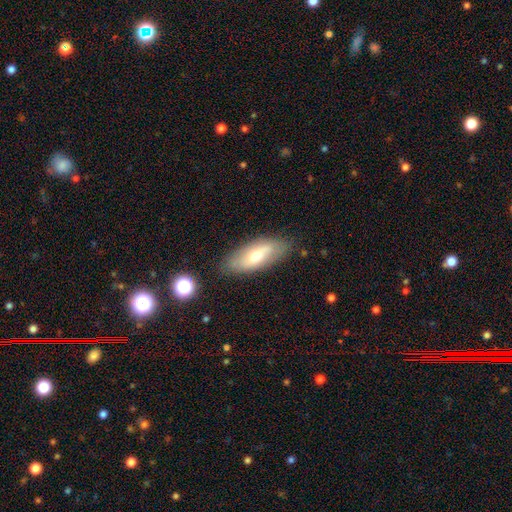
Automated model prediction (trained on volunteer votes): Smooth or featured? Predicted: smooth (p=0.57). How rounded? Predicted: in between (p=0.77). Merging? Predicted: none (p=0.81).